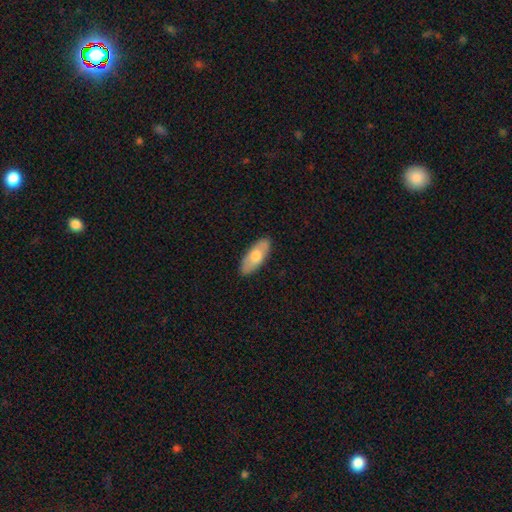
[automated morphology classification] Overall: smooth (65%; featured or disk 30%). How rounded: in between (82%). Merging: none (88%).